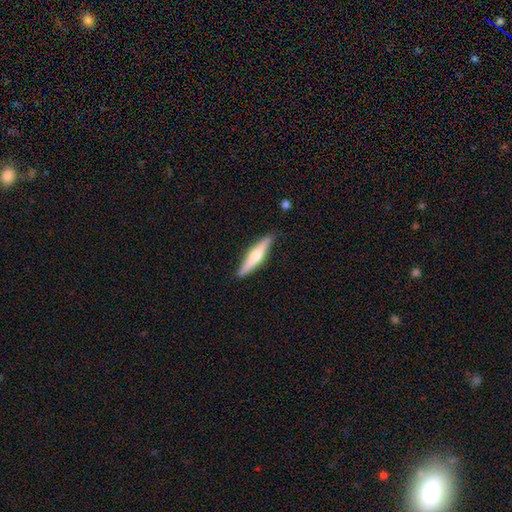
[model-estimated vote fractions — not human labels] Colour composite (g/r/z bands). It shows a featured or disk galaxy (56%) viewed edge-on (95%) with a rounded central bulge (91%). Merging: none (88%).